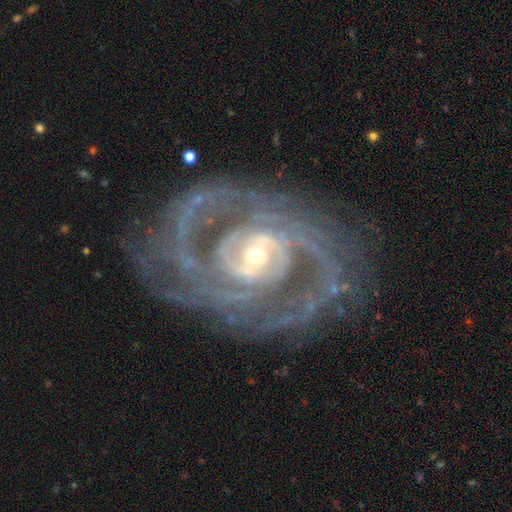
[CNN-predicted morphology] smooth_or_featured: featured or disk (p=0.92) [alt: star or artifact p=0.05]
disk_edge_on: no (p=0.97) [alt: yes p=0.03]
bar: no (p=0.44) [alt: weak p=0.36]
has_spiral_arms: yes (p=0.97) [alt: no p=0.03]
spiral_winding: tight (p=0.47) [alt: medium p=0.43]
spiral_arm_count: 2 (p=0.60) [alt: 3 p=0.13]
bulge_size: small (p=0.53) [alt: moderate p=0.41]
merging: none (p=0.74) [alt: minor disturbance p=0.15]